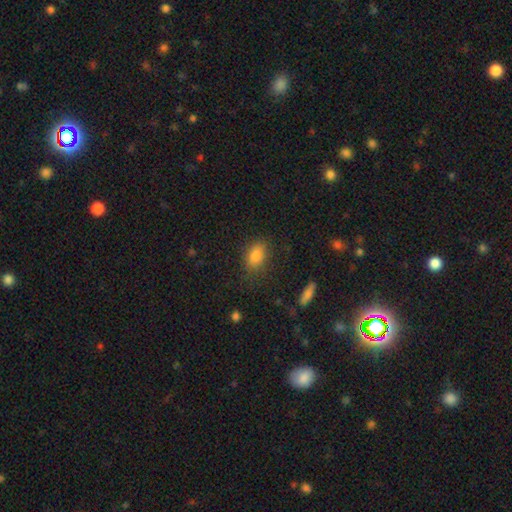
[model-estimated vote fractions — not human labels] Smooth or featured: smooth — 83% (star or artifact — 10%)
How rounded: in between — 84% (round — 13%)
Merging: none — 79% (minor disturbance — 15%)